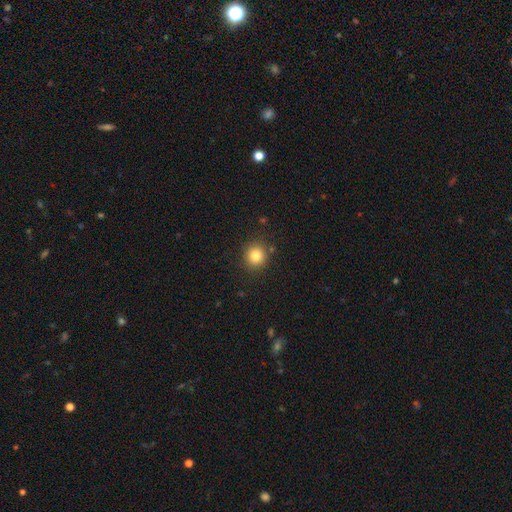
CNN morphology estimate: smooth 84%, star or artifact 11%, featured or disk 5%. Down the decision tree: how rounded — round (89%); merging — none (87%).